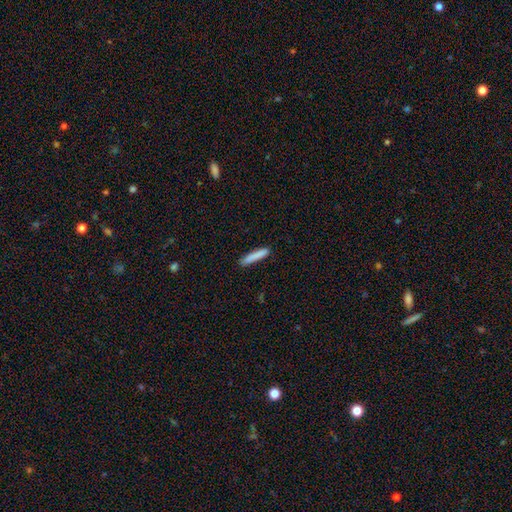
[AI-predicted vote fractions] This appears to be a smooth galaxy with no disk features (85%) that is cigar-shaped (91%). Merging: none (89%).